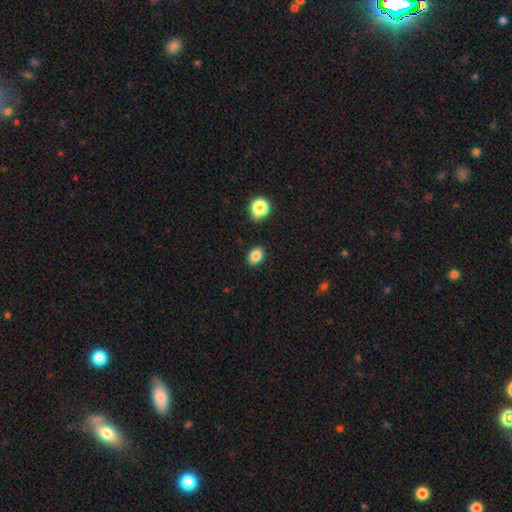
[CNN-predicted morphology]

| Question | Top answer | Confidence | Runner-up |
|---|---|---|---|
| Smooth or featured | smooth | 84% | star or artifact (11%) |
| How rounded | in between | 75% | round (24%) |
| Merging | none | 88% | minor disturbance (8%) |